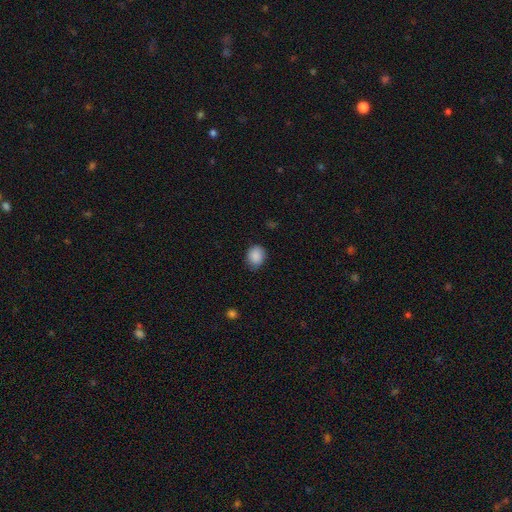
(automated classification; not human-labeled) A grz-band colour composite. It shows a smooth galaxy with no disk features (89%) that is round (65%). Merging: none (79%).